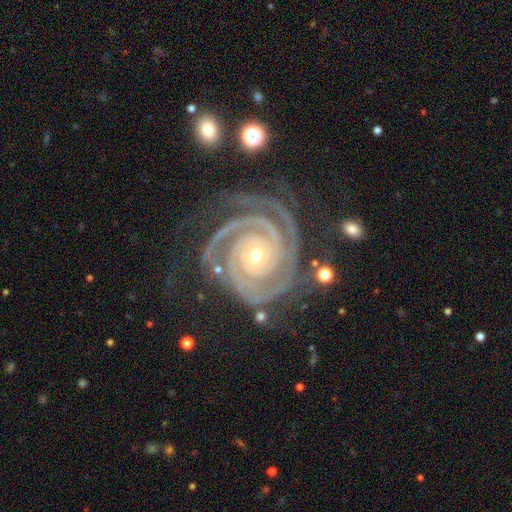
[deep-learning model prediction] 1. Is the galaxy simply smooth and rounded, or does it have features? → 93% featured or disk, 5% star or artifact, 2% smooth.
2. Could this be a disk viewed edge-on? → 98% no, 2% yes.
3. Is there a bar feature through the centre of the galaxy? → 69% no, 16% weak, 15% strong.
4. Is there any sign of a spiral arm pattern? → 99% yes, 1% no.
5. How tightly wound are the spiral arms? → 89% tight, 10% medium, 1% loose.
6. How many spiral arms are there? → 55% 2, 22% 3, 8% 4, 6% can't tell, 5% more than 4, 5% 1.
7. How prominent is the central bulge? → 66% small, 31% moderate, 1% large, 1% none, 1% dominant.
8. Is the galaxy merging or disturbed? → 75% none, 16% minor disturbance, 6% major disturbance, 2% merger.